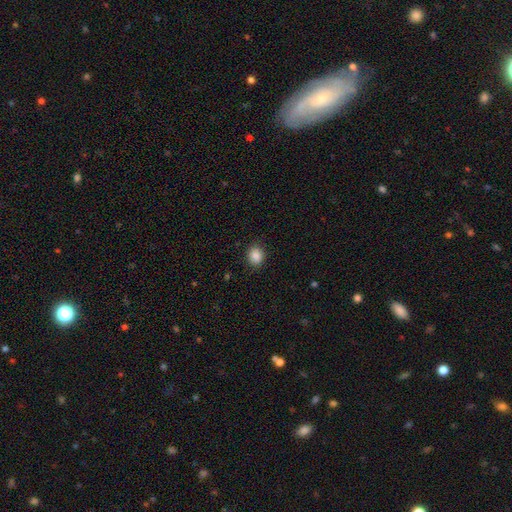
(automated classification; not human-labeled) Morphology: type=smooth (88%); roundness=round (50%); merging=none (88%).